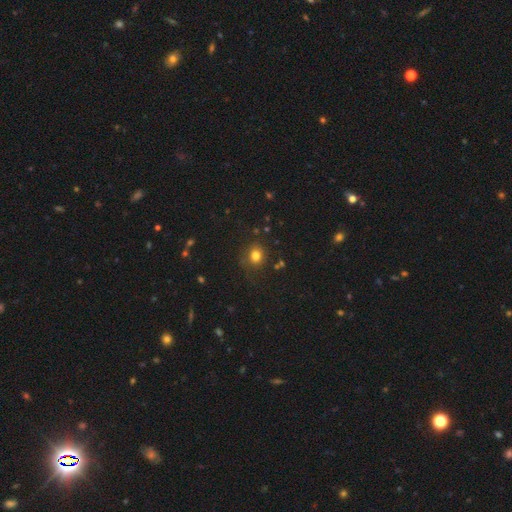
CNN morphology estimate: smooth 79%, star or artifact 14%, featured or disk 7%. Down the decision tree: how rounded — round (75%); merging — none (81%).